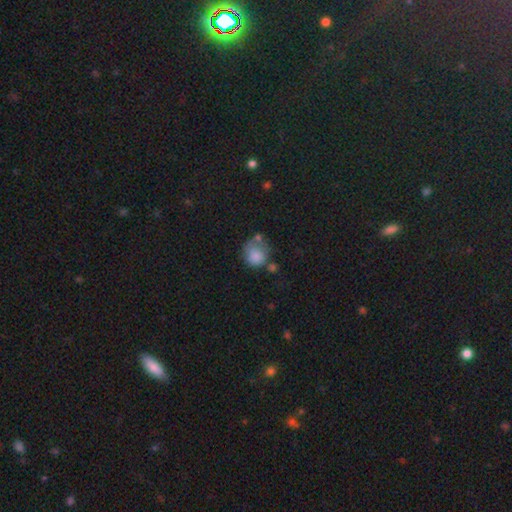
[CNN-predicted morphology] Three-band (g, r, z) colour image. It shows a smooth galaxy with no disk features (79%) that is round (77%). Merging: none (39%).